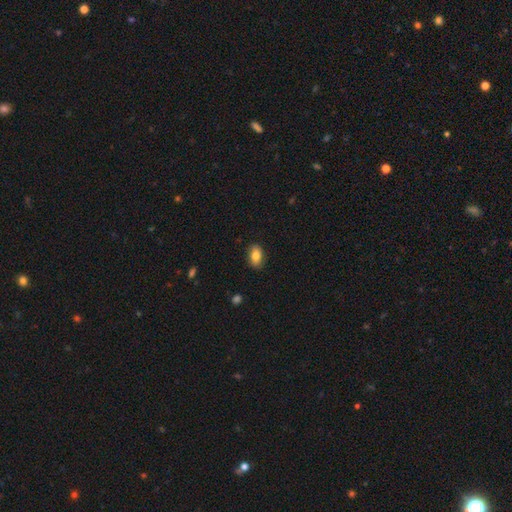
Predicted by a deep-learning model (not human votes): A smooth galaxy with no disk features (82%) that is in between round and cigar-shaped (88%). Merging: none (87%).